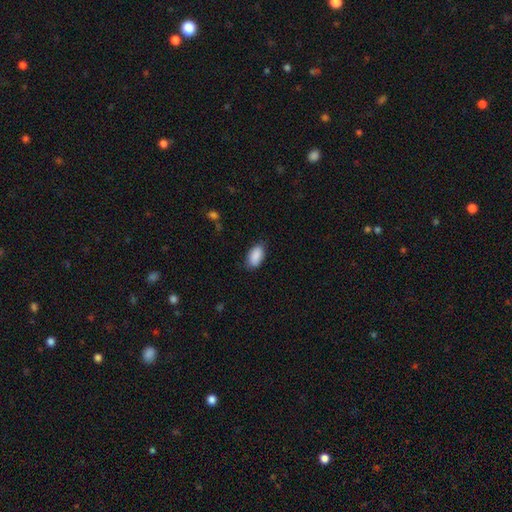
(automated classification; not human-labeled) smooth-or-featured: smooth: 89% | star or artifact: 7% | featured or disk: 4%
  how-rounded: in between: 93% | round: 4% | cigar-shaped: 2%
  merging: none: 78% | minor disturbance: 18% | major disturbance: 3% | merger: 1%